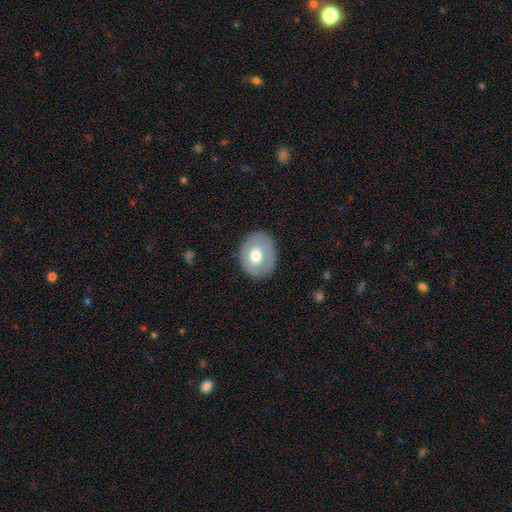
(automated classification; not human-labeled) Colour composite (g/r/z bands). It shows a smooth galaxy with no disk features (63%) that is in between round and cigar-shaped (55%). Merging: none (82%).